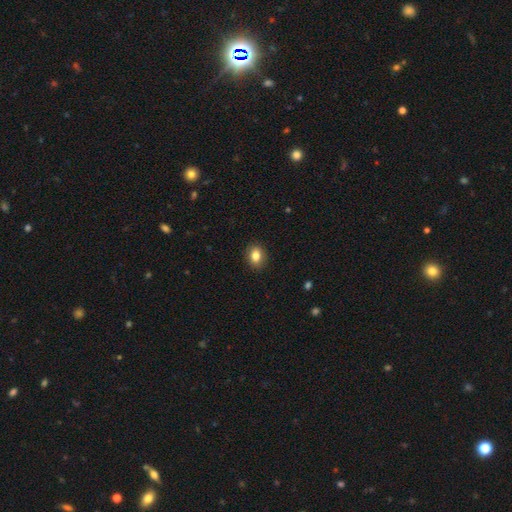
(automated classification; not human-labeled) Q: Smooth or featured?
A: smooth (83%); runner-up: star or artifact (9%)
Q: How rounded?
A: in between (58%); runner-up: round (41%)
Q: Merging?
A: none (90%); runner-up: minor disturbance (7%)